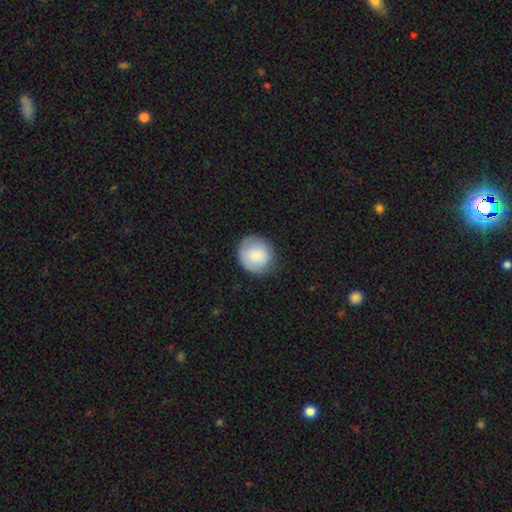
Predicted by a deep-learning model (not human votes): smooth 84%, featured or disk 10%, star or artifact 7%. Down the decision tree: how rounded — round (86%); merging — none (80%).